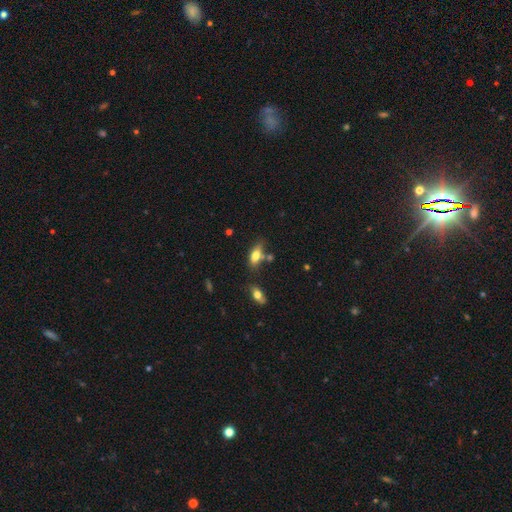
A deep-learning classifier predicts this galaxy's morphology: Q: Smooth or featured?
A: smooth (70%); runner-up: featured or disk (21%)
Q: How rounded?
A: in between (77%); runner-up: cigar-shaped (19%)
Q: Merging?
A: none (56%); runner-up: minor disturbance (21%)